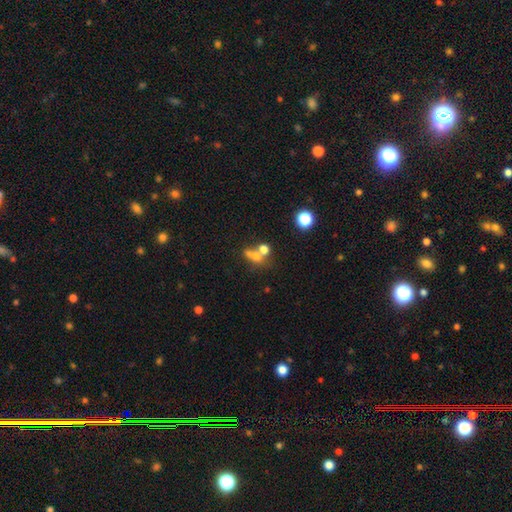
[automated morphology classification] Smooth or featured?
  - smooth: 62% *
  - featured or disk: 20%
  - star or artifact: 18%
How rounded?
  - round: 50% *
  - in between: 40%
  - cigar-shaped: 10%
Merging?
  - merger: 48% *
  - none: 33%
  - minor disturbance: 10%
  - major disturbance: 9%